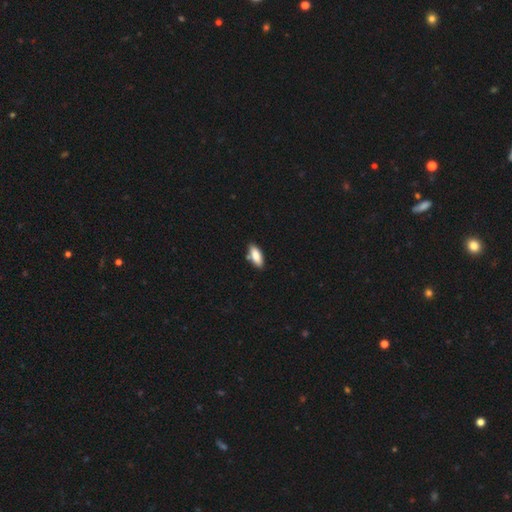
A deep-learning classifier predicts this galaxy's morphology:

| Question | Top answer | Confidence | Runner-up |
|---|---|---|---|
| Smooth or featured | smooth | 83% | featured or disk (11%) |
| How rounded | in between | 80% | cigar-shaped (18%) |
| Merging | none | 80% | minor disturbance (13%) |